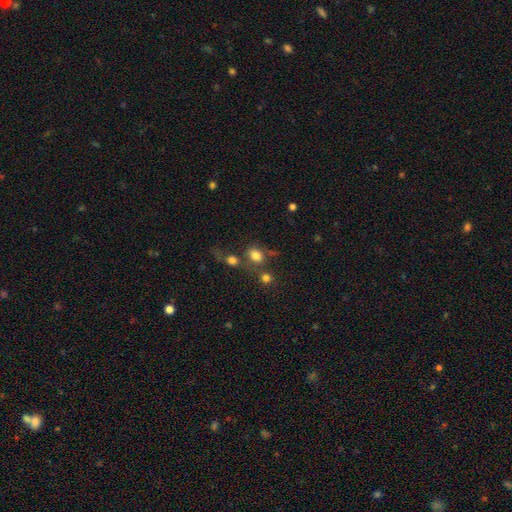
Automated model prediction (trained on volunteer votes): Smooth or featured? smooth (78%)
How rounded? in between (57%)
Merging? none (50%)